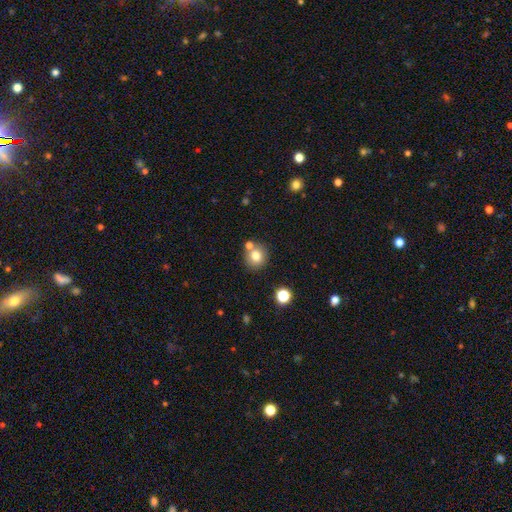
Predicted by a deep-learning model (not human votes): Overall: smooth (77%). How rounded: round (85%). Merging: none (71%).